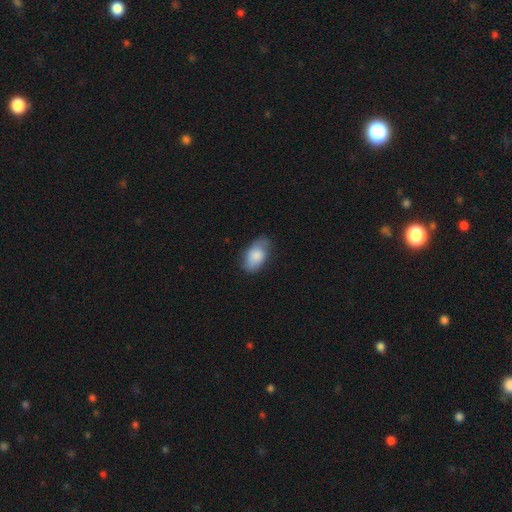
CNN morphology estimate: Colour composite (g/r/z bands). It shows a smooth galaxy with no disk features (76%) that is in between round and cigar-shaped (92%). Merging: none (64%).